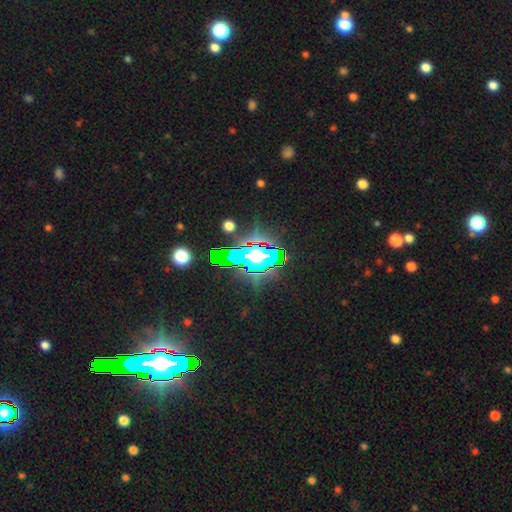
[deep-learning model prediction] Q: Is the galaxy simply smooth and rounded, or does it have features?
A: star or artifact — 60%.